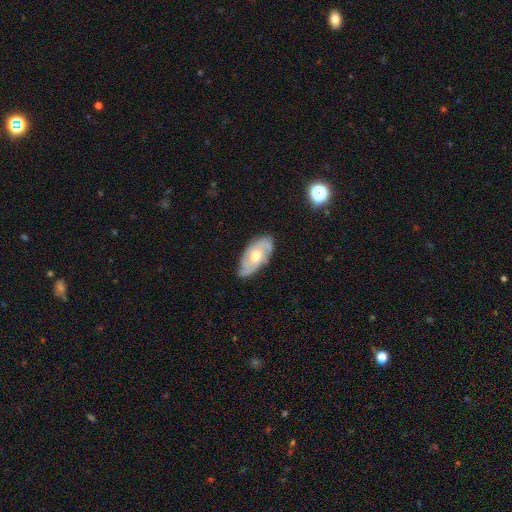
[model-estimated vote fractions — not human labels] A featured or disk galaxy (67%) with no bar (78%), spiral arms (81%) and a moderate central bulge (74%).

Vote fractions:
- Smooth or featured? featured or disk: 67% / smooth: 27% / star or artifact: 6%
- Edge-on disk? no: 90% / yes: 10%
- Bar? no: 78% / weak: 18% / strong: 3%
- Spiral arms? yes: 81% / no: 19%
- Bulge size? moderate: 74% / small: 18% / large: 6% / none: 1% / dominant: 1%
- Merging? none: 75% / minor disturbance: 19% / major disturbance: 4% / merger: 1%